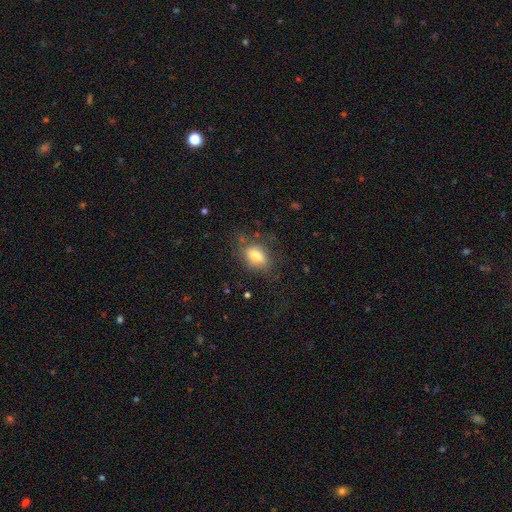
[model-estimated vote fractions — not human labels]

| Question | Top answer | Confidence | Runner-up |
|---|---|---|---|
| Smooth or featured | smooth | 76% | featured or disk (15%) |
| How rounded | in between | 79% | round (19%) |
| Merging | none | 68% | minor disturbance (20%) |